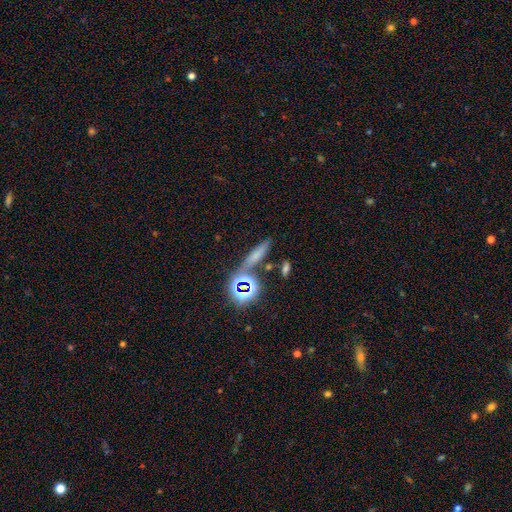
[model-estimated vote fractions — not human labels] smooth-or-featured: smooth: 57% | star or artifact: 26% | featured or disk: 17%
  how-rounded: cigar-shaped: 69% | in between: 21% | round: 10%
  merging: none: 69% | merger: 15% | minor disturbance: 12% | major disturbance: 5%